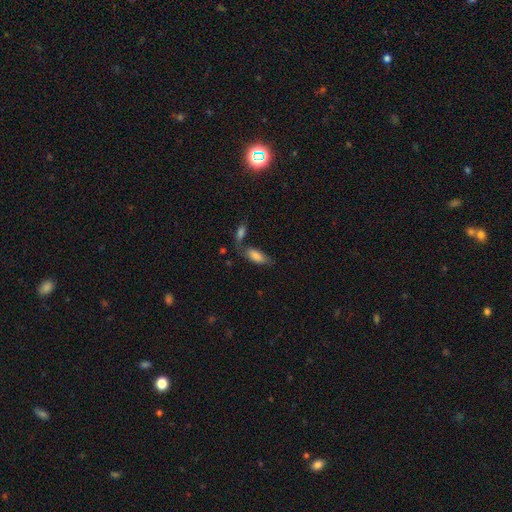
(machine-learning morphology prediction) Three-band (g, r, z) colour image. It shows a smooth galaxy with no disk features (78%) that is in between round and cigar-shaped (77%). Merging: none (46%).